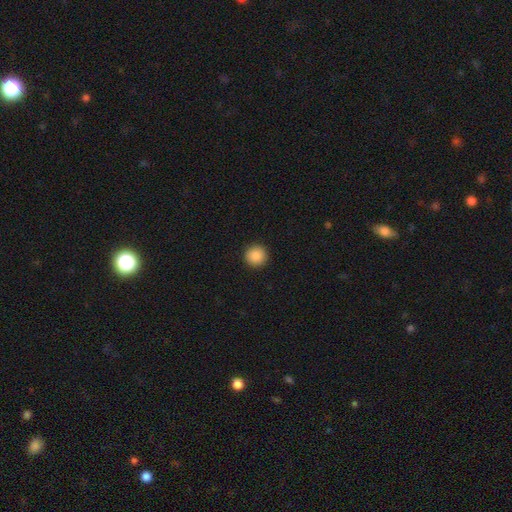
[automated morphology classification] The model was most divided on "smooth or featured": smooth: 88%, star or artifact: 9%, featured or disk: 3%. More confident: how rounded — round (95%); merging — none (93%).